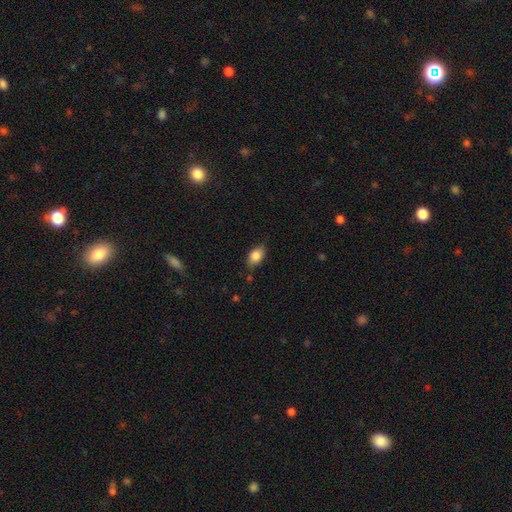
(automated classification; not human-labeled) Smooth or featured? Predicted: smooth (p=0.84). How rounded? Predicted: in between (p=0.88). Merging? Predicted: none (p=0.77).